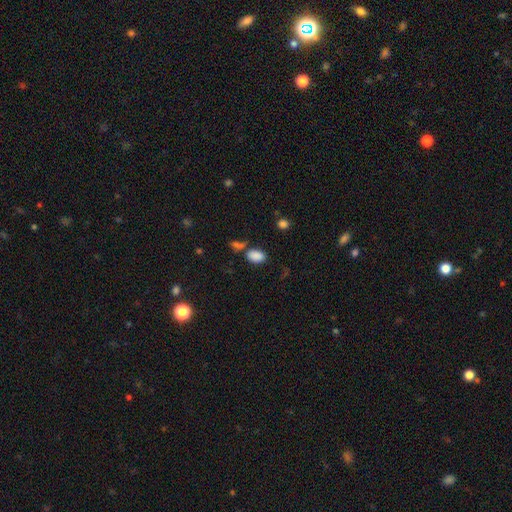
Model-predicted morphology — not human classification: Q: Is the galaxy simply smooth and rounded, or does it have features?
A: smooth — 86%.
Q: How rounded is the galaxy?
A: in between — 91%.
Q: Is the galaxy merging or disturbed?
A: none — 68%.